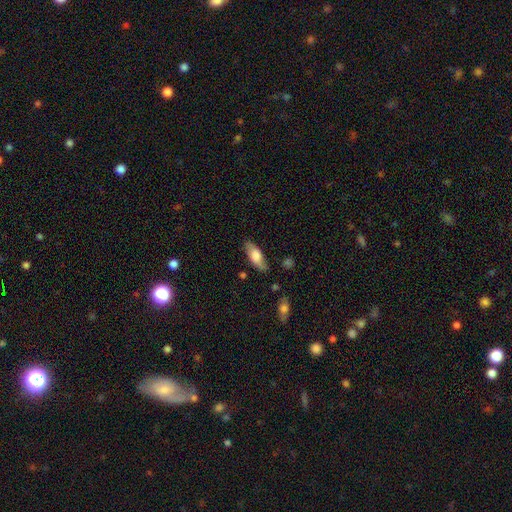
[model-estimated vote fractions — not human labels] Overall: smooth (69%). How rounded: in between (77%). Merging: none (79%).